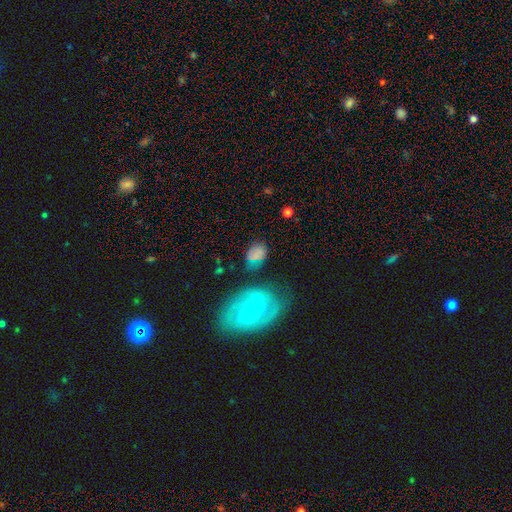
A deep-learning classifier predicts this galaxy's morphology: This is likely a smooth galaxy (65%). How rounded: likely in between (75%). Merging: possibly none (56%).